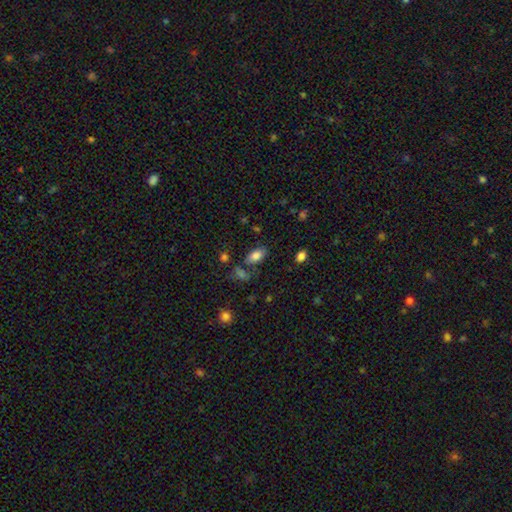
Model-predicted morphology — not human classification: Smooth or featured? smooth (81%)
How rounded? in between (91%)
Merging? none (72%)